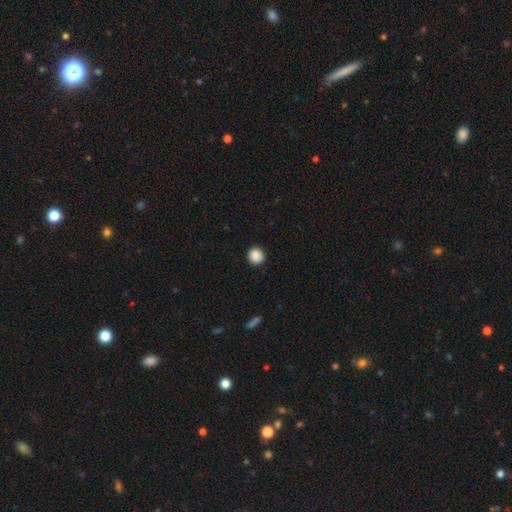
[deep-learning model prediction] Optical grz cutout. It shows a smooth galaxy with no disk features (89%) that is round (94%). Merging: none (92%).